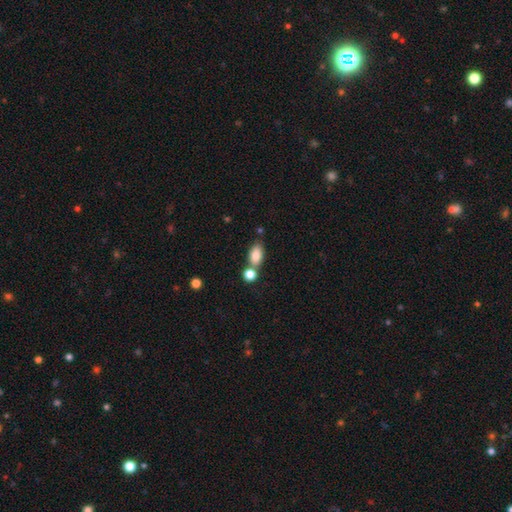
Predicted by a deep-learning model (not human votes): Q: Smooth or featured?
A: smooth (84%); runner-up: featured or disk (8%)
Q: How rounded?
A: in between (87%); runner-up: round (10%)
Q: Merging?
A: none (54%); runner-up: merger (31%)